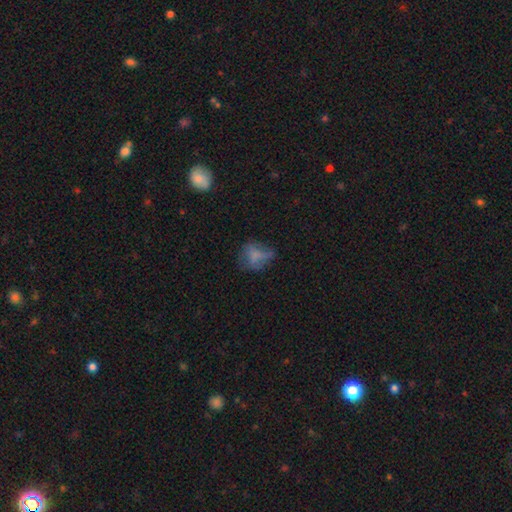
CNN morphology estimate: This is likely a smooth galaxy (61%). How rounded: possibly round (50%). Merging: marginally none (44%).